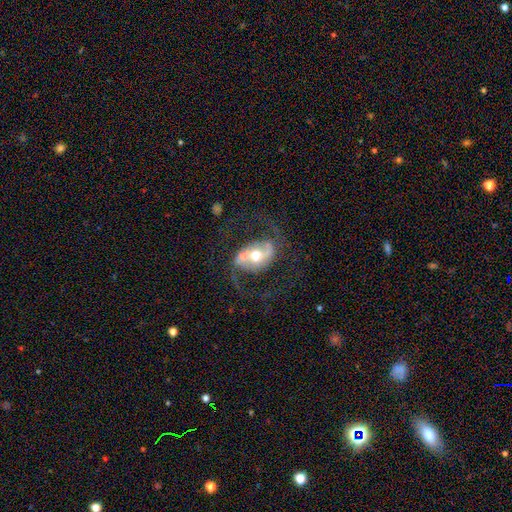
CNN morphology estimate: featured or disk 76%, smooth 17%, star or artifact 7%. Down the decision tree: edge-on disk — no (96%); bar — no (49%); spiral arms — yes (81%); spiral arm count — 2 (89%); spiral winding — loose (60%); bulge size — moderate (74%); merging — none (52%).